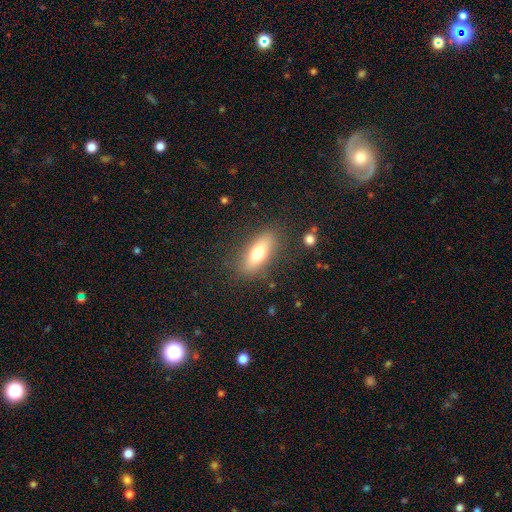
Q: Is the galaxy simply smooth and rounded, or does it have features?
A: smooth — 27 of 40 (68%).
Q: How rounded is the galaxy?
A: in between — 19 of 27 (70%).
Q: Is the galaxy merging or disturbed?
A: none — 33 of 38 (87%).